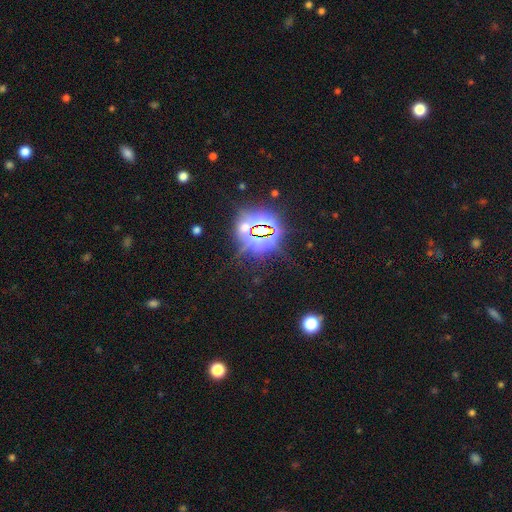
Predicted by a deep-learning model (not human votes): This appears to be a star or artifact, not a galaxy (81%).